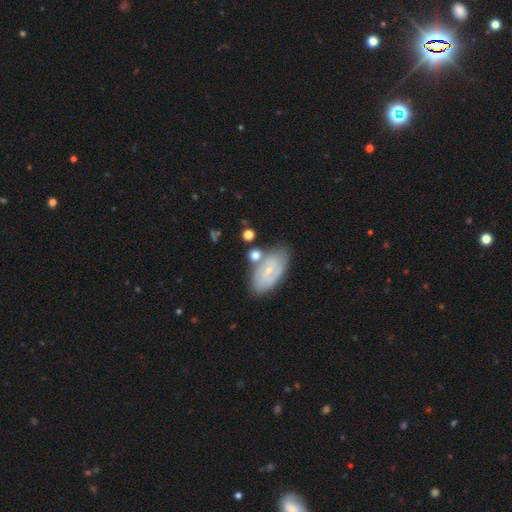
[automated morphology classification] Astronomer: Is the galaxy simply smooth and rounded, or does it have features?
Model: featured or disk — 55% (runner-up: smooth, 37%).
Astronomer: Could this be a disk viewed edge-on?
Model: no — 93%.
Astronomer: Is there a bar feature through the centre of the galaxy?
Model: no — 54% (runner-up: weak, 36%).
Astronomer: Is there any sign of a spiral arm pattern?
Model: yes — 75%.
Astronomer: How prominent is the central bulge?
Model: small — 73%.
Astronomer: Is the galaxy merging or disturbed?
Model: none — 62%.